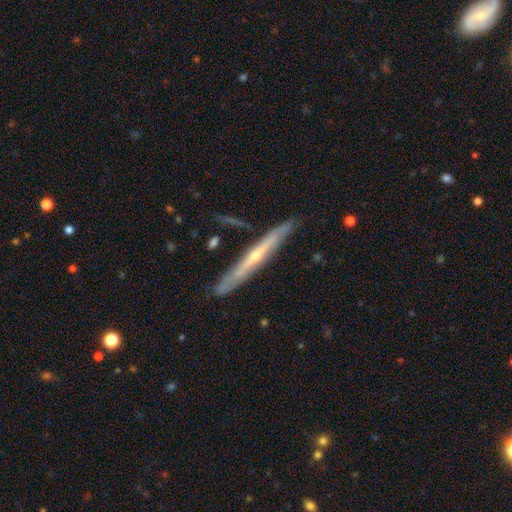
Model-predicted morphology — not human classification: Smooth or featured? Predicted: featured or disk (p=0.73). Edge-on disk? Predicted: yes (p=0.92). Edge-on bulge? Predicted: rounded (p=0.65). Merging? Predicted: none (p=0.81).